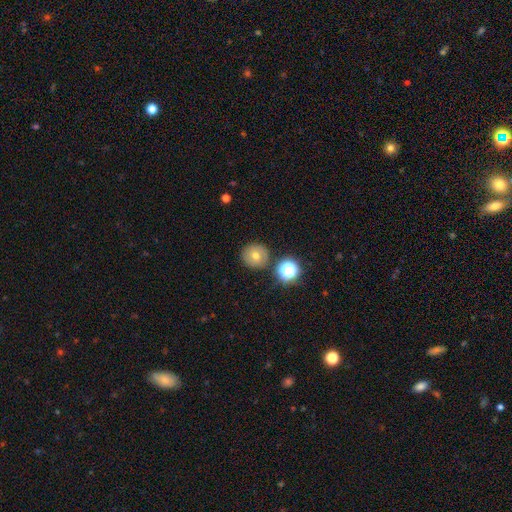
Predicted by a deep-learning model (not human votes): The model was most divided on "smooth or featured": smooth: 61%, featured or disk: 23%, star or artifact: 16%. More confident: how rounded — round (94%); merging — none (85%).